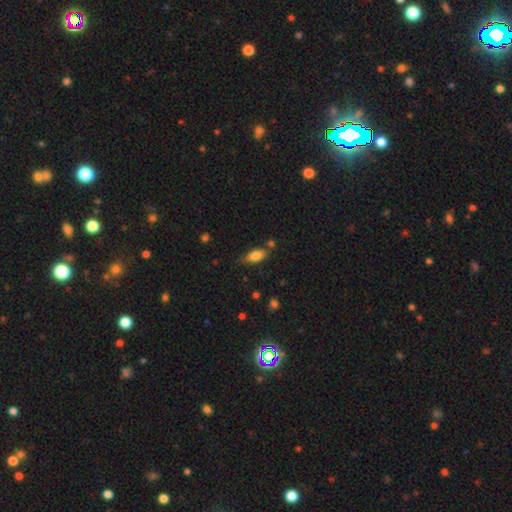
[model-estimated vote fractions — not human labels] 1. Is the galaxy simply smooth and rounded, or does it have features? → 80% smooth, 12% featured or disk, 7% star or artifact.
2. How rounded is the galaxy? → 84% in between, 14% cigar-shaped, 3% round.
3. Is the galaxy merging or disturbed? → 67% none, 20% minor disturbance, 8% merger, 4% major disturbance.